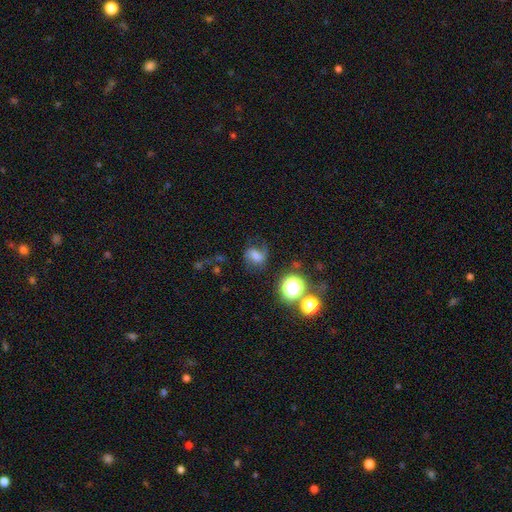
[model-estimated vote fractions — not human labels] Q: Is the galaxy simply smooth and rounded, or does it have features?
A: featured or disk — 42%.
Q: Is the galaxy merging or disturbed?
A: none — 56%.